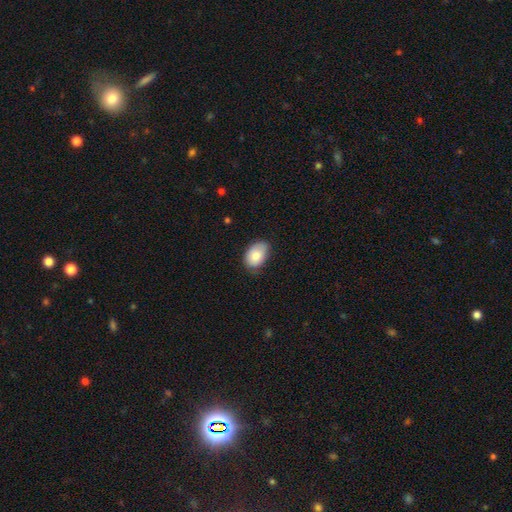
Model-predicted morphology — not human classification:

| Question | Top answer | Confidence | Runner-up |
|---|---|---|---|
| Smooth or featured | smooth | 83% | featured or disk (11%) |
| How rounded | in between | 86% | round (13%) |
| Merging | none | 64% | minor disturbance (30%) |